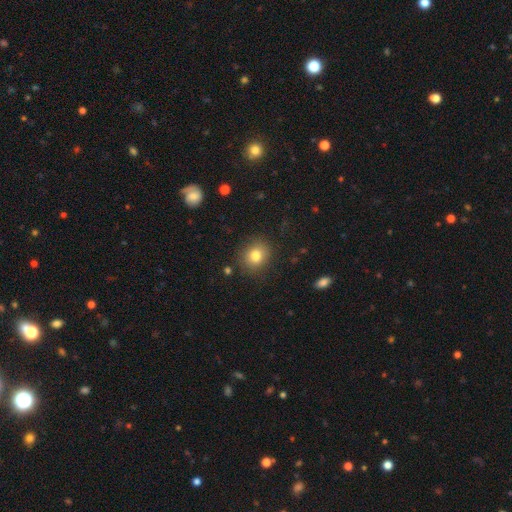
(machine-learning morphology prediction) A smooth galaxy with no disk features (80%) that is round (79%).

Vote fractions:
- Smooth or featured? smooth: 80% / star or artifact: 12% / featured or disk: 8%
- How rounded? round: 79% / in between: 20% / cigar-shaped: 1%
- Merging? none: 86% / minor disturbance: 9% / major disturbance: 3% / merger: 1%